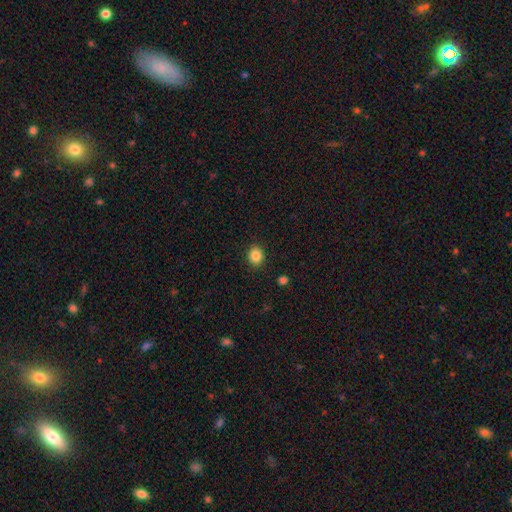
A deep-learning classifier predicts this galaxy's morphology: Smooth or featured? smooth (86%)
How rounded? round (67%)
Merging? none (90%)